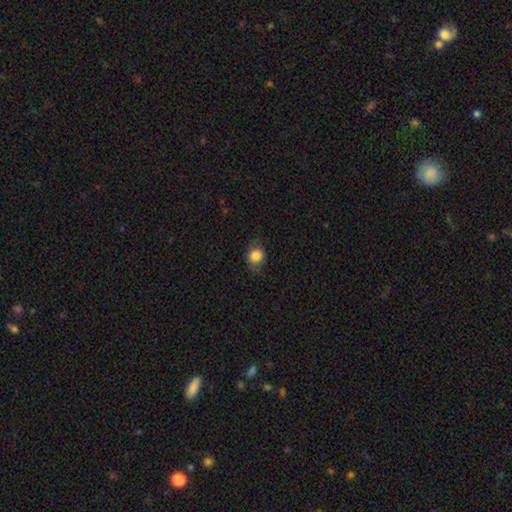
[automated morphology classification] smooth-or-featured: smooth: 83% | star or artifact: 10% | featured or disk: 7%
  how-rounded: round: 62% | in between: 36% | cigar-shaped: 1%
  merging: none: 77% | minor disturbance: 17% | major disturbance: 5% | merger: 1%